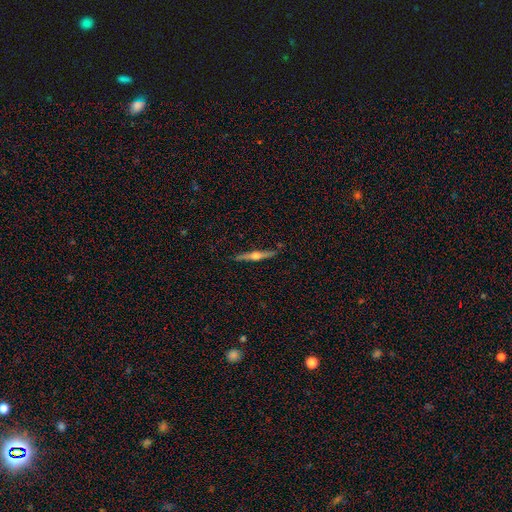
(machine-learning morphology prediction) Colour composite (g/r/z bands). It shows a featured or disk galaxy (74%) viewed edge-on (98%) with a rounded central bulge (93%). Merging: none (89%).